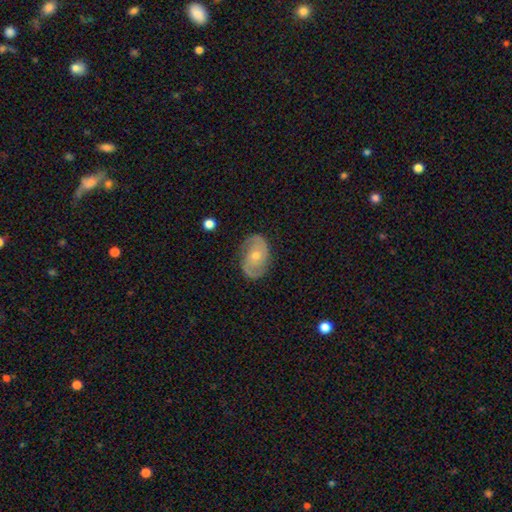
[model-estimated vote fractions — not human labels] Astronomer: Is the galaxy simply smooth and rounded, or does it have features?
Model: featured or disk — 78%.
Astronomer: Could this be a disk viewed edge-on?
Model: no — 96%.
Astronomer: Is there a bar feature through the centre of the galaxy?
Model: no — 70%.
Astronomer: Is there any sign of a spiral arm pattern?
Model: yes — 92%.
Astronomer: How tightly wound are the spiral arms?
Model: medium — 44% (runner-up: tight, 40%).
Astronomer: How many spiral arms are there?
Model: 2 — 85%.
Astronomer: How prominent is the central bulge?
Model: moderate — 50% (runner-up: small, 46%).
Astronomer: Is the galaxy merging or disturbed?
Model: none — 80%.